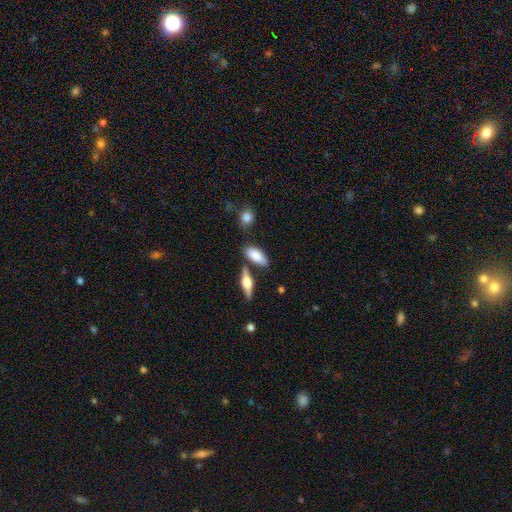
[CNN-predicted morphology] Smooth or featured: smooth — 78% (featured or disk — 16%)
How rounded: in between — 82% (cigar-shaped — 14%)
Merging: none — 67% (minor disturbance — 16%)